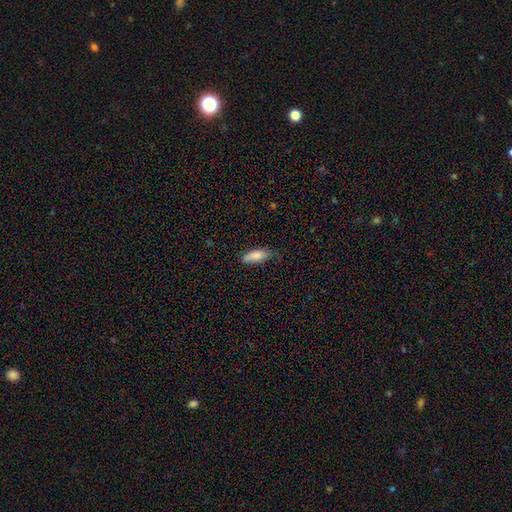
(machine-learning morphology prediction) This appears to be a smooth galaxy with no disk features (83%) that is in between round and cigar-shaped (67%). Merging: none (70%).